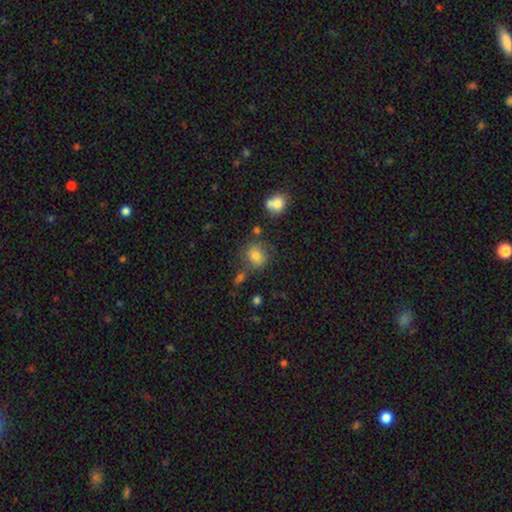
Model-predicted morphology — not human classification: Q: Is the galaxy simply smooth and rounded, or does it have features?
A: smooth — 78%.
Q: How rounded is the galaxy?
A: round — 60%.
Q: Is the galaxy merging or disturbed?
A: none — 67%.